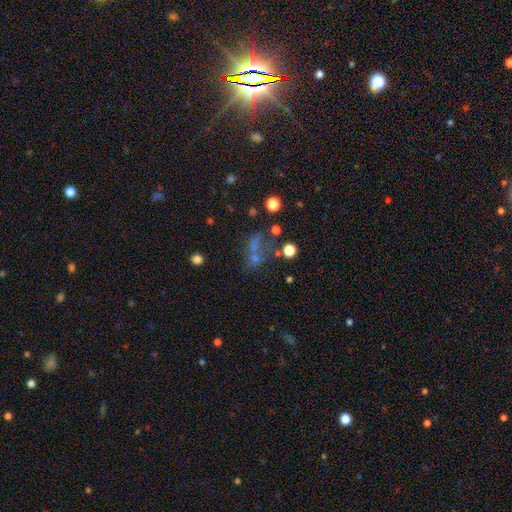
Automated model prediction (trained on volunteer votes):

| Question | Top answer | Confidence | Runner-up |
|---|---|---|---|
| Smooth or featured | smooth | 41% | star or artifact (35%) |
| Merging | none | 36% | merger (27%) |